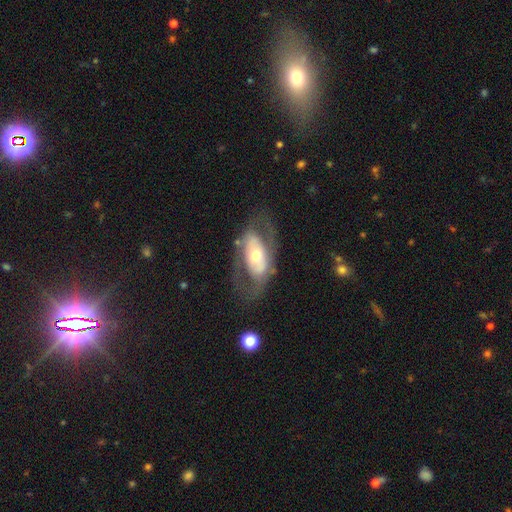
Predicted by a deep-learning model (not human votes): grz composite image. It shows a featured or disk galaxy (67%) with no bar (59%), no spiral arms (53%) and a moderate central bulge (64%). Merging: none (65%).